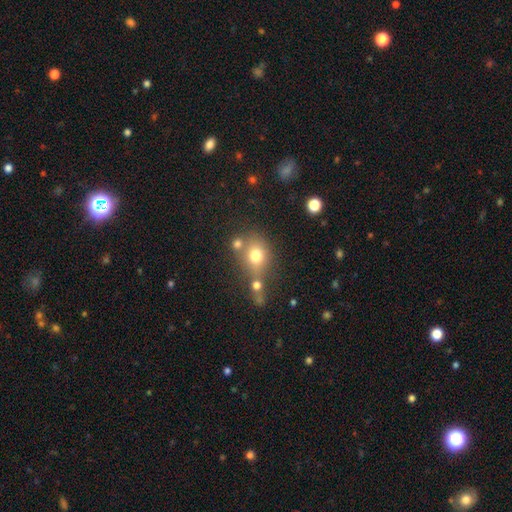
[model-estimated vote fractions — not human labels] Smooth or featured: smooth — 73% (star or artifact — 14%)
How rounded: round — 68% (in between — 30%)
Merging: none — 47% (merger — 34%)